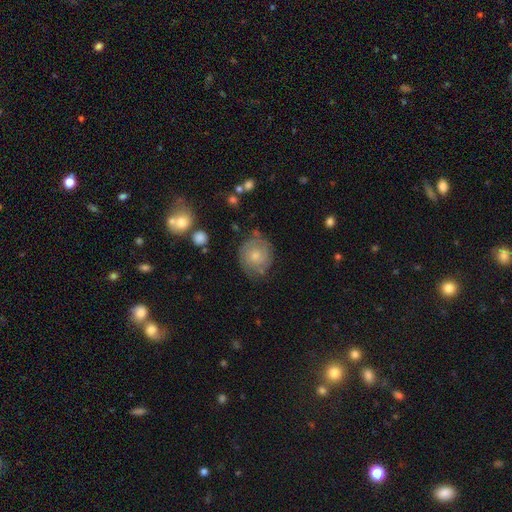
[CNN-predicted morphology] A featured or disk galaxy (47%). Merging: none (69%).